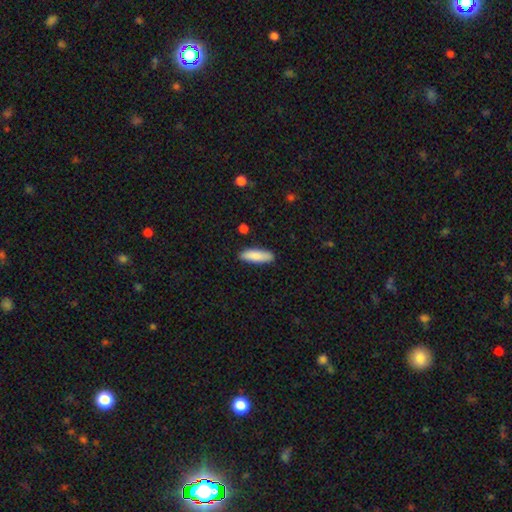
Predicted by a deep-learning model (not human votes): A smooth galaxy with no disk features (87%) that is cigar-shaped (53%).

Vote fractions:
- Smooth or featured? smooth: 87% / featured or disk: 8% / star or artifact: 6%
- How rounded? cigar-shaped: 53% / in between: 46% / round: 2%
- Merging? none: 87% / minor disturbance: 9% / major disturbance: 2% / merger: 1%